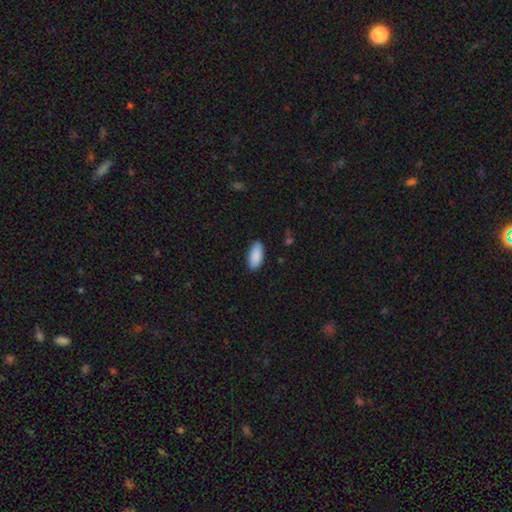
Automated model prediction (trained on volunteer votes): Smooth or featured?
  - smooth: 90% *
  - star or artifact: 6%
  - featured or disk: 4%
How rounded?
  - in between: 88% *
  - cigar-shaped: 10%
  - round: 2%
Merging?
  - none: 87% *
  - minor disturbance: 10%
  - major disturbance: 2%
  - merger: 1%